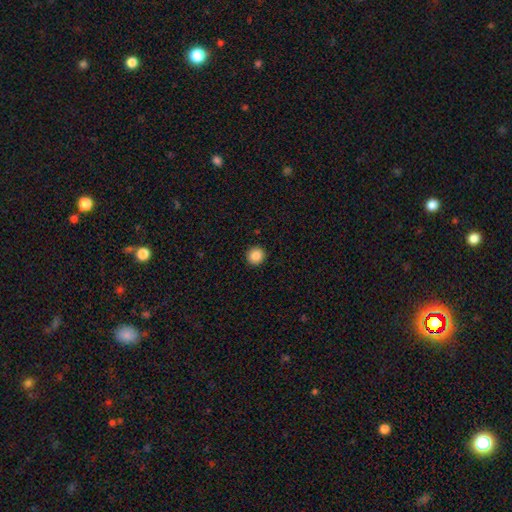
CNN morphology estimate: This is clearly a smooth galaxy (87%). How rounded: clearly round (95%). Merging: clearly none (93%).